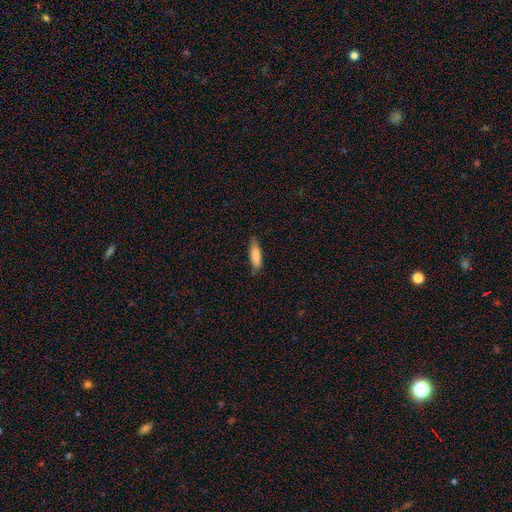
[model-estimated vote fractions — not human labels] Smooth or featured? Predicted: smooth (p=0.85). How rounded? Predicted: cigar-shaped (p=0.52). Merging? Predicted: none (p=0.78).